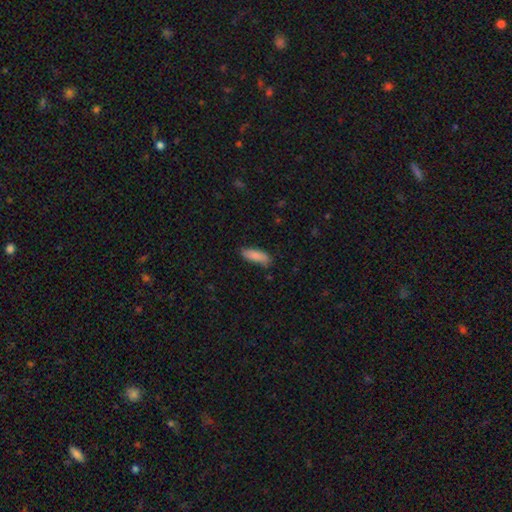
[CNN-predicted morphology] Smooth or featured? Predicted: smooth (p=0.87). How rounded? Predicted: in between (p=0.64). Merging? Predicted: none (p=0.76).